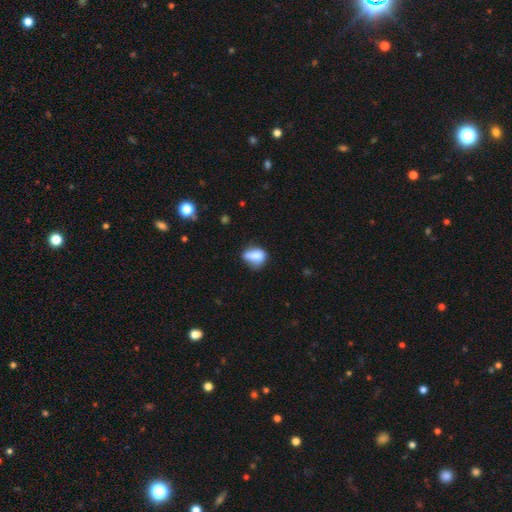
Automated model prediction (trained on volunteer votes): A smooth galaxy with no disk features (72%) that is in between round and cigar-shaped (67%).

Vote fractions:
- Smooth or featured? smooth: 72% / featured or disk: 18% / star or artifact: 10%
- How rounded? in between: 67% / round: 29% / cigar-shaped: 5%
- Merging? none: 38% / minor disturbance: 33% / major disturbance: 17% / merger: 13%